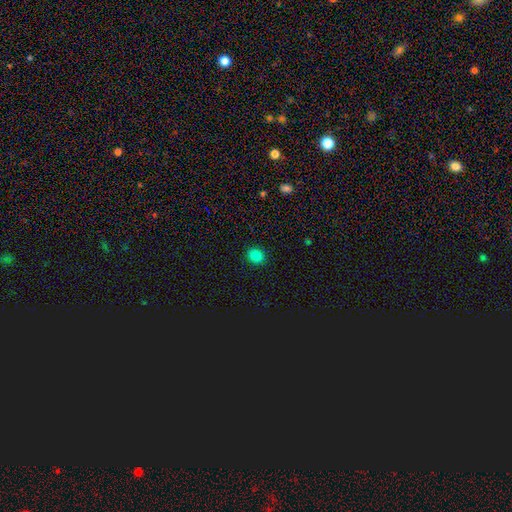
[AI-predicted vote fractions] This appears to be a smooth galaxy with no disk features (83%) that is round (65%). Merging: none (90%).